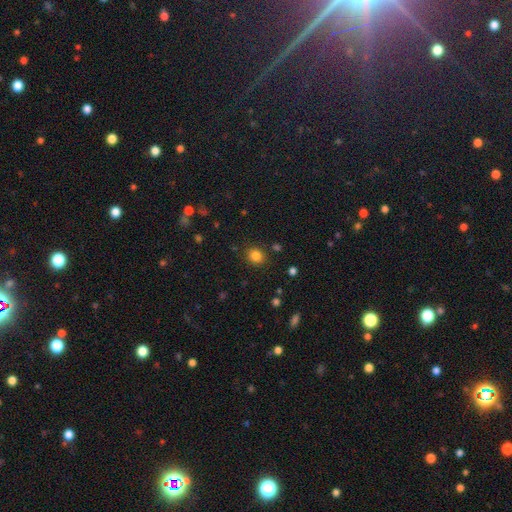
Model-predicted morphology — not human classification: The model was most divided on "how rounded": round: 78%, in between: 22%, cigar-shaped: 1%. More confident: merging — none (87%); smooth or featured — smooth (82%).